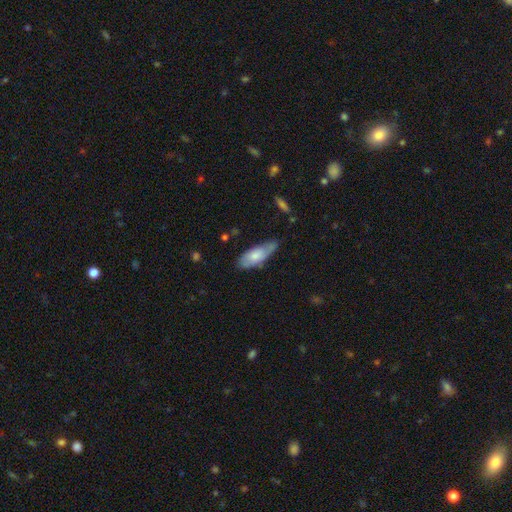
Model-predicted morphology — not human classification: This appears to be a smooth galaxy with no disk features (66%) that is in between round and cigar-shaped (74%). Merging: none (54%).